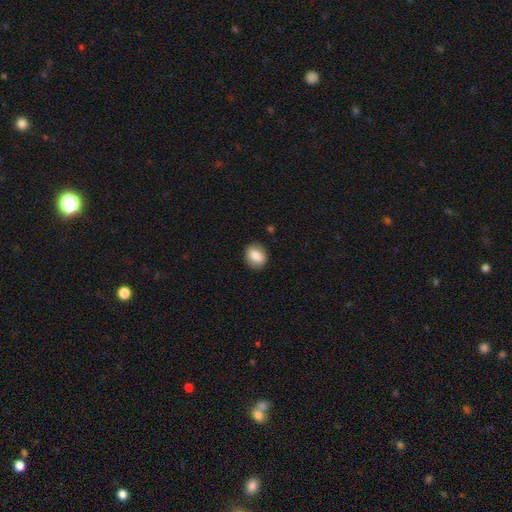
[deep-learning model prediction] The model was most divided on "how rounded": round: 50%, in between: 49%, cigar-shaped: 1%. More confident: merging — none (86%); smooth or featured — smooth (81%).